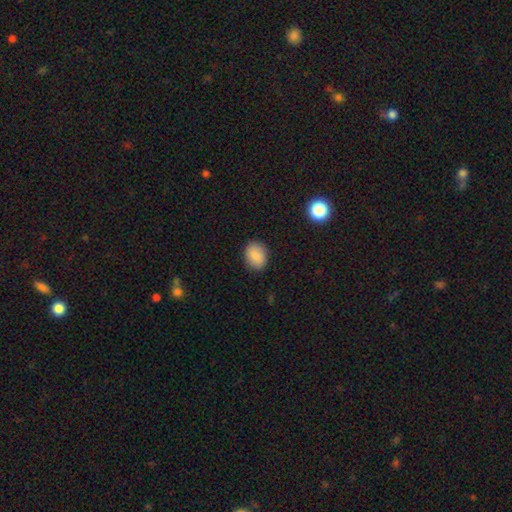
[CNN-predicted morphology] Smooth or featured: smooth — 85% (star or artifact — 8%)
How rounded: in between — 52% (round — 47%)
Merging: none — 87% (minor disturbance — 9%)